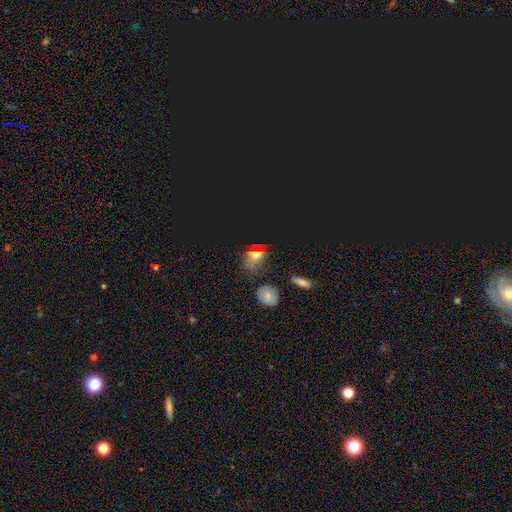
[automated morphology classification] A star or artifact, not a galaxy (52%).

Vote fractions:
- Smooth or featured? star or artifact: 52% / smooth: 34% / featured or disk: 14%